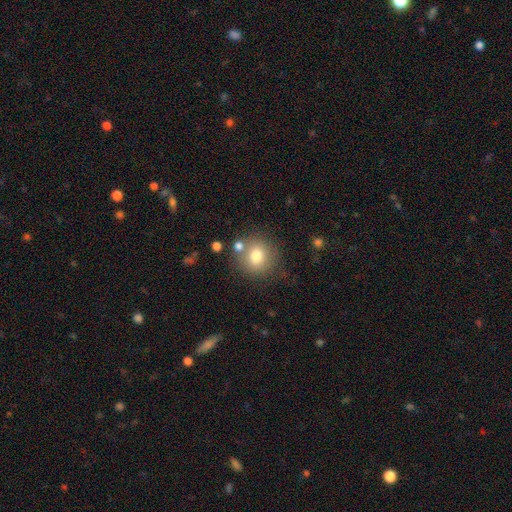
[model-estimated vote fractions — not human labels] smooth 76%, featured or disk 13%, star or artifact 11%. Down the decision tree: how rounded — round (89%); merging — none (73%).